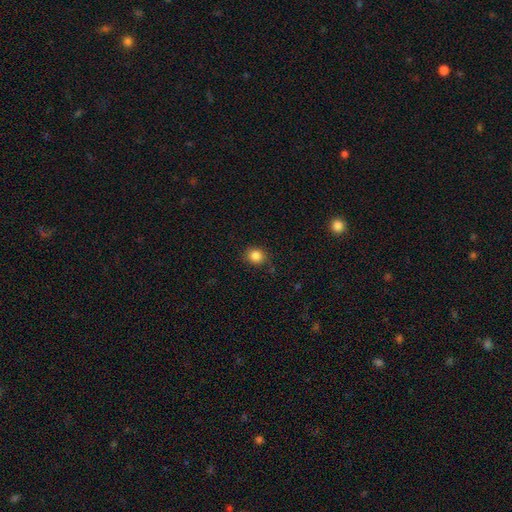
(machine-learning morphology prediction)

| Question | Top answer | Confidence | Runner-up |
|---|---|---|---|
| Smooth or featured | smooth | 85% | star or artifact (10%) |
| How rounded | round | 74% | in between (25%) |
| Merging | none | 82% | minor disturbance (13%) |